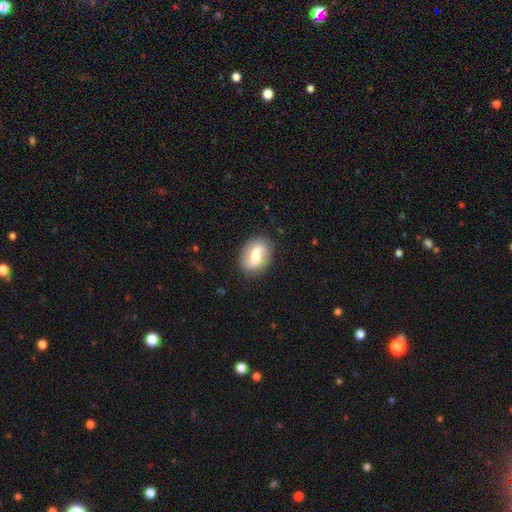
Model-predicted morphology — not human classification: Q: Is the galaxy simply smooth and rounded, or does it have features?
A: smooth — 50%.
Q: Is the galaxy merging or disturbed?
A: none — 83%.